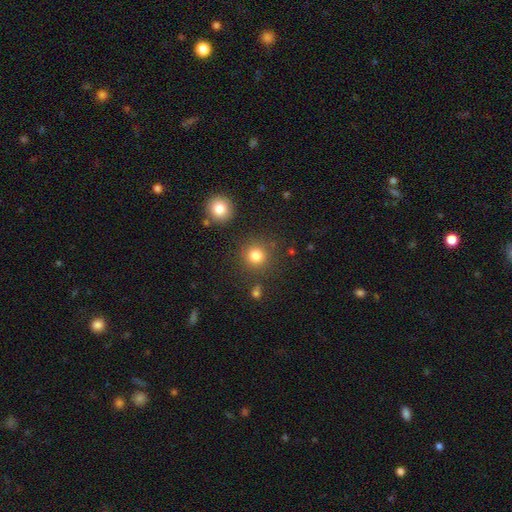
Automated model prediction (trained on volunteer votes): smooth-or-featured: smooth: 82% | star or artifact: 13% | featured or disk: 5%
  how-rounded: round: 93% | in between: 6% | cigar-shaped: 1%
  merging: none: 85% | minor disturbance: 7% | merger: 4% | major disturbance: 4%